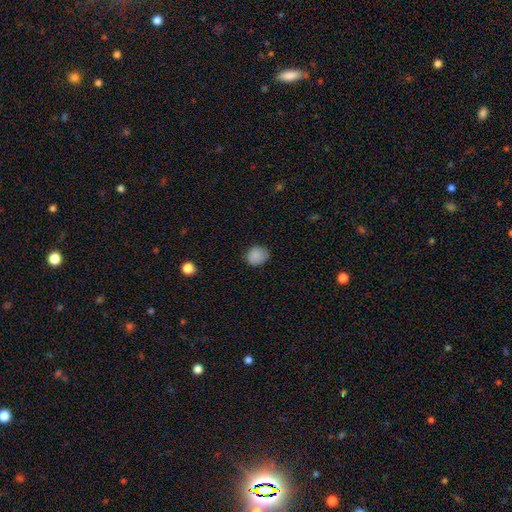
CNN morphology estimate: smooth_or_featured: smooth (p=0.87) [alt: star or artifact p=0.09]
how_rounded: round (p=0.64) [alt: in between p=0.35]
merging: none (p=0.81) [alt: minor disturbance p=0.15]